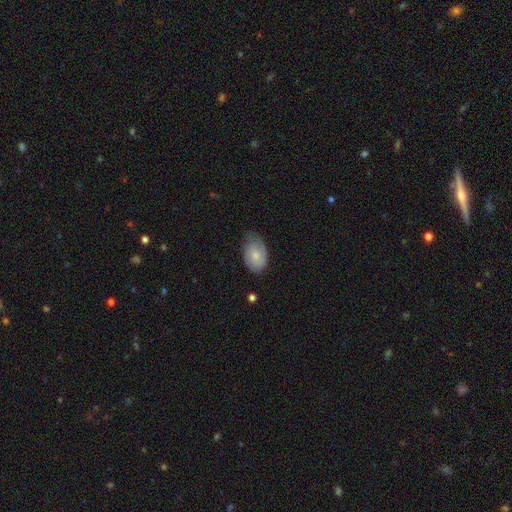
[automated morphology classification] This appears to be a smooth galaxy with no disk features (73%) that is in between round and cigar-shaped (88%). Merging: none (52%).